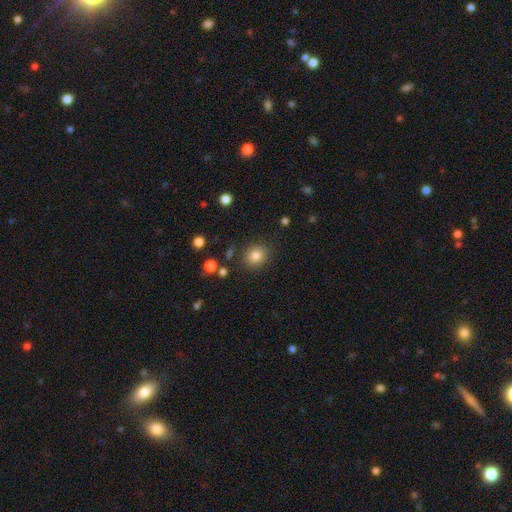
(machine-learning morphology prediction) Q: Smooth or featured?
A: smooth (82%); runner-up: star or artifact (11%)
Q: How rounded?
A: round (77%); runner-up: in between (22%)
Q: Merging?
A: none (85%); runner-up: minor disturbance (9%)